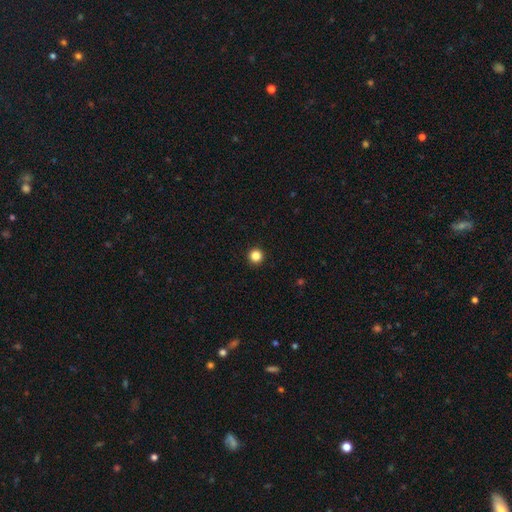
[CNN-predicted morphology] A smooth galaxy with no disk features (85%) that is round (96%). Merging: none (94%).